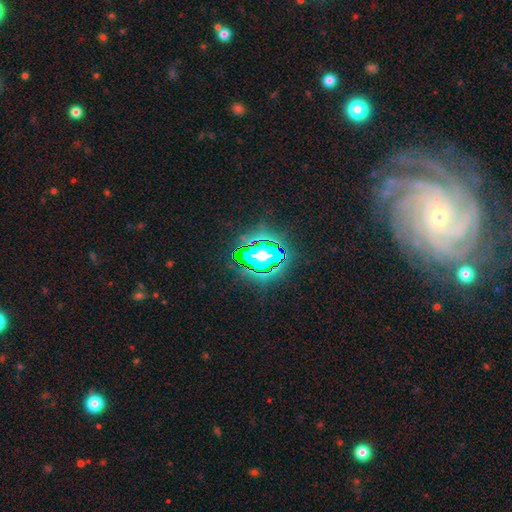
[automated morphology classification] The model was most divided on "smooth or featured": star or artifact: 54%, featured or disk: 30%, smooth: 16%.